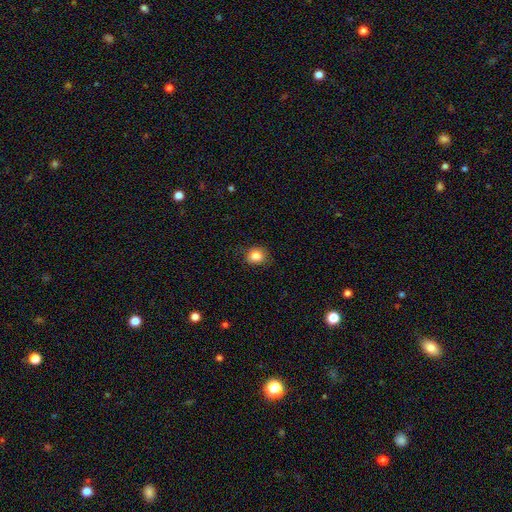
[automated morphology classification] smooth_or_featured: smooth (p=0.84) [alt: star or artifact p=0.10]
how_rounded: round (p=0.59) [alt: in between p=0.40]
merging: none (p=0.77) [alt: minor disturbance p=0.18]